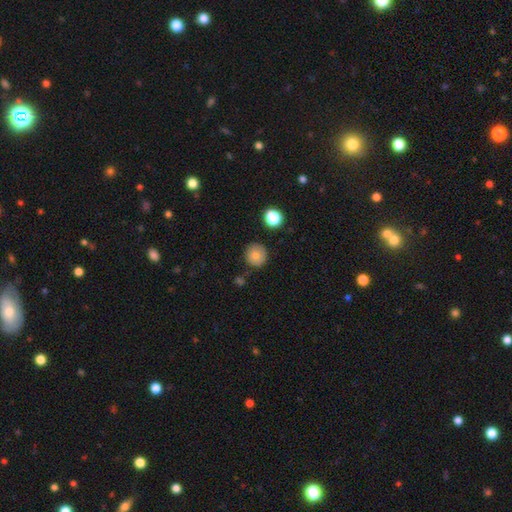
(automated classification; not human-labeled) The model was most divided on "smooth or featured": smooth: 79%, featured or disk: 11%, star or artifact: 10%. More confident: how rounded — round (92%); merging — none (84%).